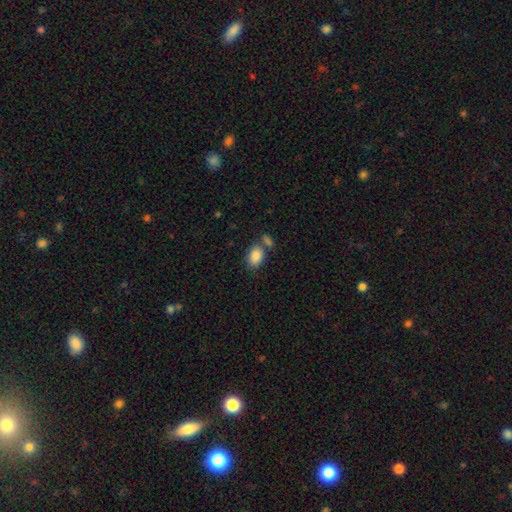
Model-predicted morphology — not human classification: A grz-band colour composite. It shows a smooth galaxy with no disk features (87%) that is in between round and cigar-shaped (85%). Merging: none (57%).